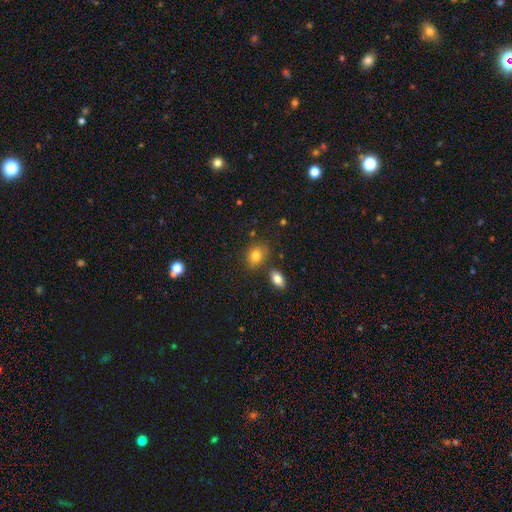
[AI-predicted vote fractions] This appears to be a smooth galaxy with no disk features (80%) that is in between round and cigar-shaped (60%). Merging: none (74%).